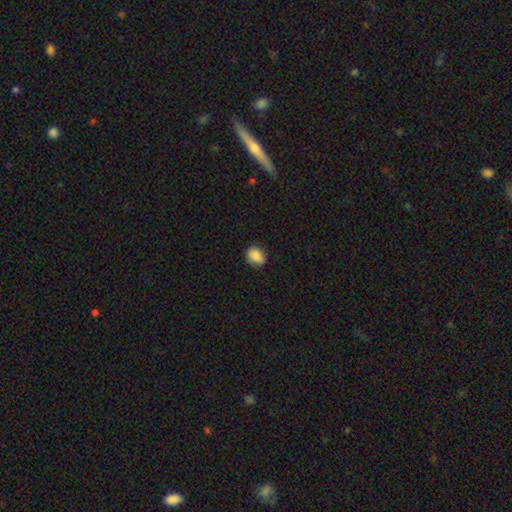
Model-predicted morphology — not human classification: smooth 86%, star or artifact 8%, featured or disk 6%. Down the decision tree: how rounded — in between (58%); merging — none (79%).